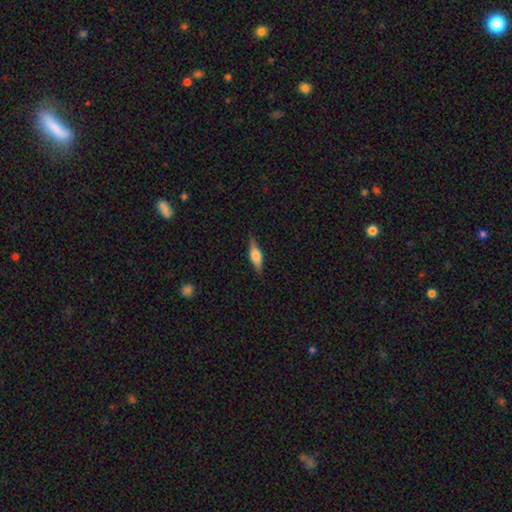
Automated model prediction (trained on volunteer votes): A featured or disk galaxy (53%) viewed edge-on (95%). Merging: none (87%).